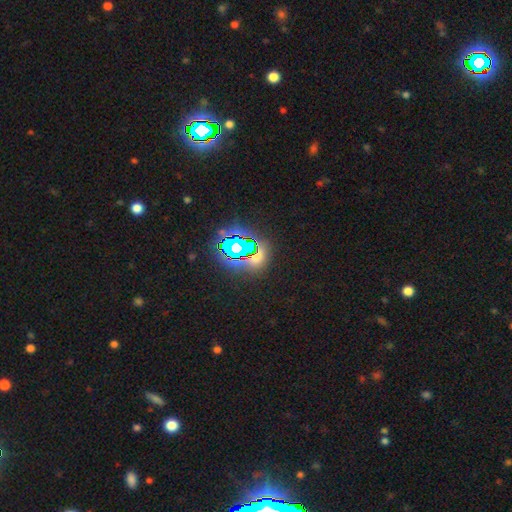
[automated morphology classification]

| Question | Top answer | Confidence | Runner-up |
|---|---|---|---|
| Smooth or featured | star or artifact | 66% | smooth (24%) |